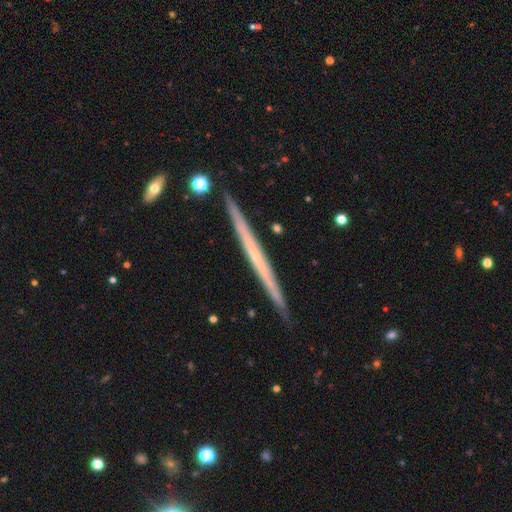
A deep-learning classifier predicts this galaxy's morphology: Overall: featured or disk (64%; smooth 30%). Edge-on disk: yes (98%). Edge-on bulge: none (88%). Merging: none (90%).